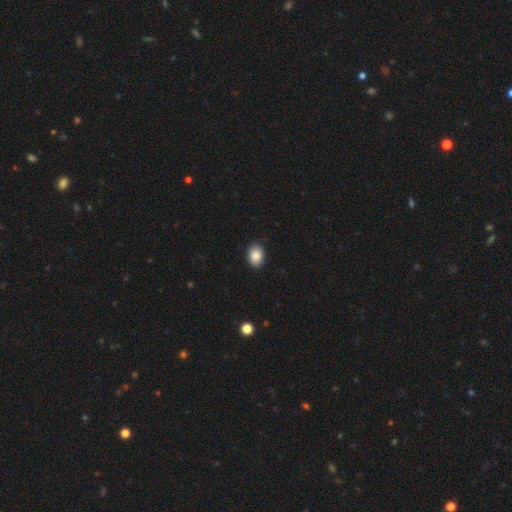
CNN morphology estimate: A smooth galaxy with no disk features (88%) that is in between round and cigar-shaped (79%). Merging: none (89%).